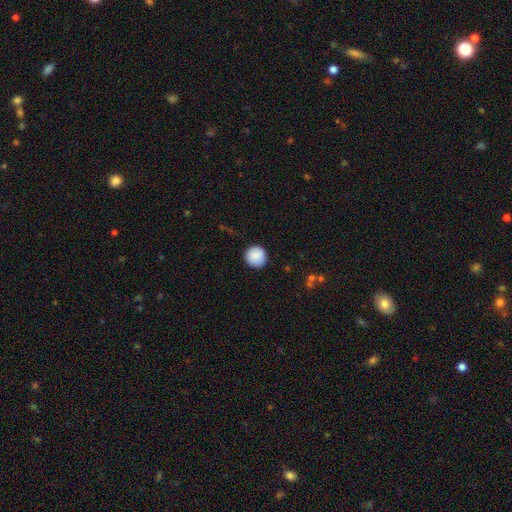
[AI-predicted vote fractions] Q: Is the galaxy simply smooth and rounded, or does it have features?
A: smooth — 88%.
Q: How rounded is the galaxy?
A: round — 95%.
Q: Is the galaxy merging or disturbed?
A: none — 90%.